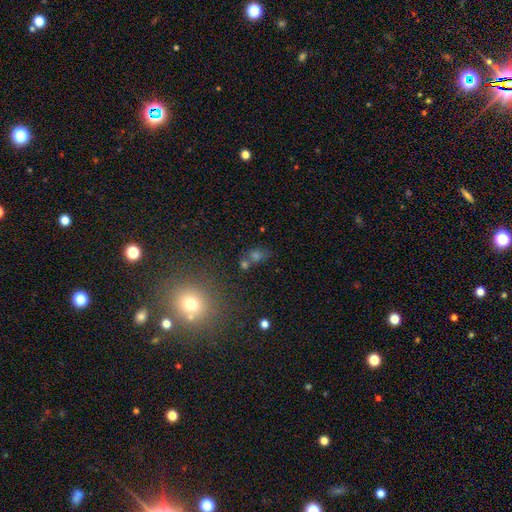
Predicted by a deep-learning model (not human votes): smooth 52%, star or artifact 36%, featured or disk 12%. Down the decision tree: how rounded — round (54%); merging — none (65%).